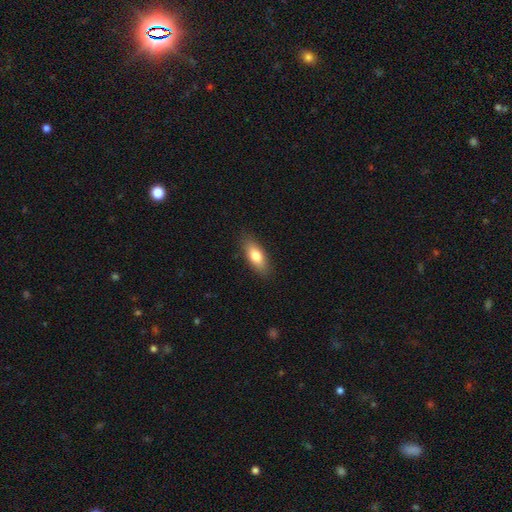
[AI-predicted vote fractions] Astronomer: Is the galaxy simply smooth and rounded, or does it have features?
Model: smooth — 77%.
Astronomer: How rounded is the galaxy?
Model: in between — 77%.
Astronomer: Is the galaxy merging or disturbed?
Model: none — 85%.